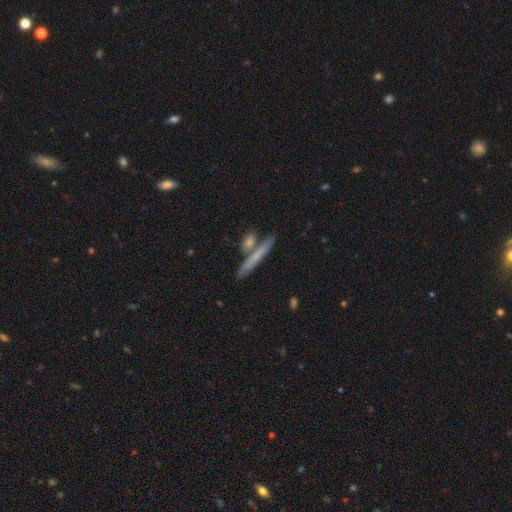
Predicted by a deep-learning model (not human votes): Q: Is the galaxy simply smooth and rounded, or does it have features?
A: smooth — 54%.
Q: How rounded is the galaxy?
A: cigar-shaped — 91%.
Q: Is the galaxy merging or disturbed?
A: none — 71%.